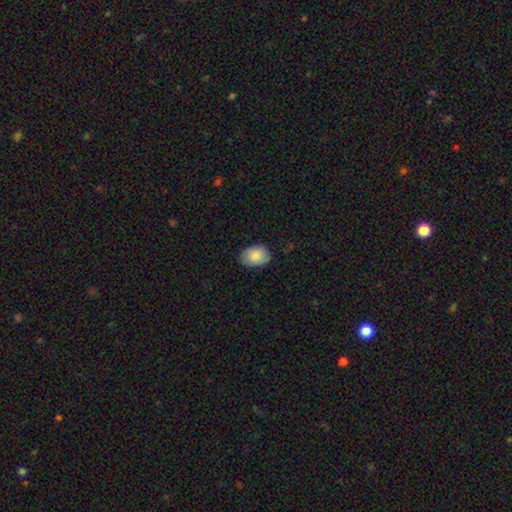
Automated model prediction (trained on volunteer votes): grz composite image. It shows a smooth galaxy with no disk features (86%) that is in between round and cigar-shaped (82%). Merging: none (81%).